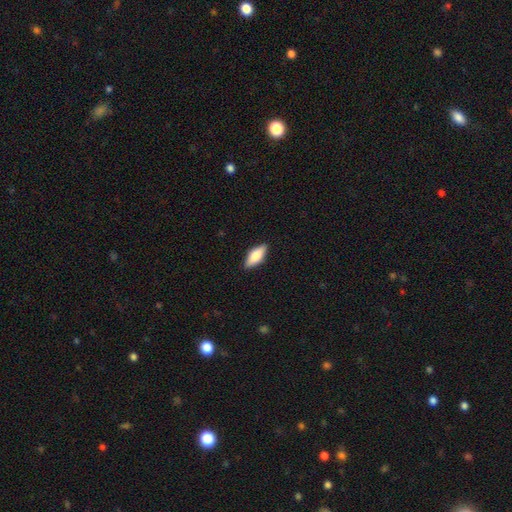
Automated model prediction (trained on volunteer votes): A smooth galaxy with no disk features (76%) that is in between round and cigar-shaped (78%). Merging: none (88%).